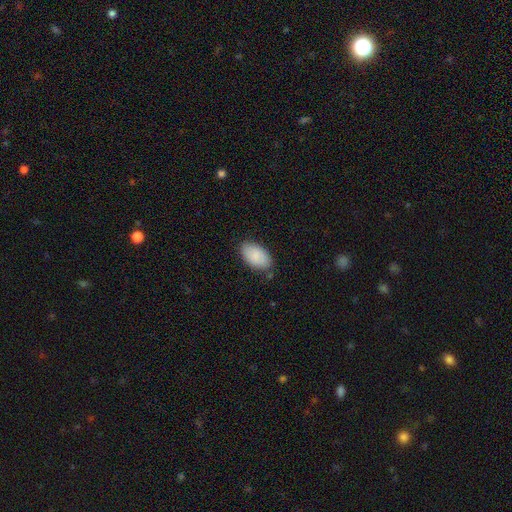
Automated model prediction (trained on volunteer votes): Overall: smooth (88%). How rounded: in between (95%). Merging: none (80%).